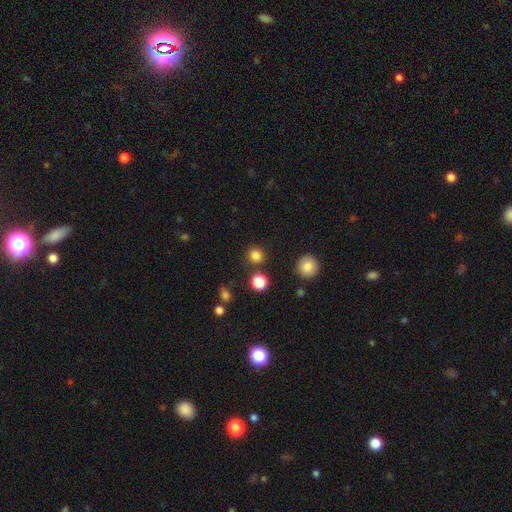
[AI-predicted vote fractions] Overall: smooth (82%). How rounded: round (91%). Merging: none (86%).